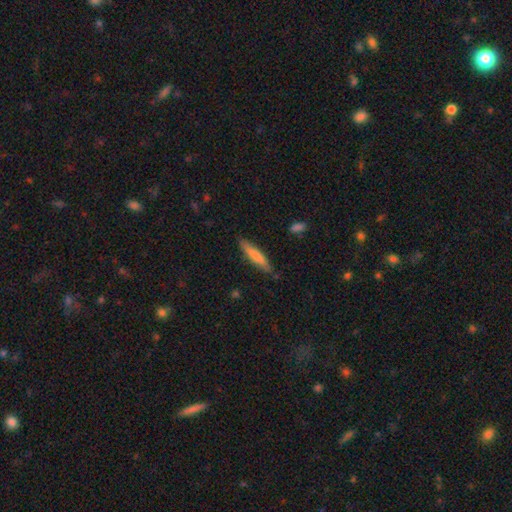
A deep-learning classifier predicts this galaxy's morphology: Overall: smooth (73%). How rounded: cigar-shaped (86%). Merging: none (83%).